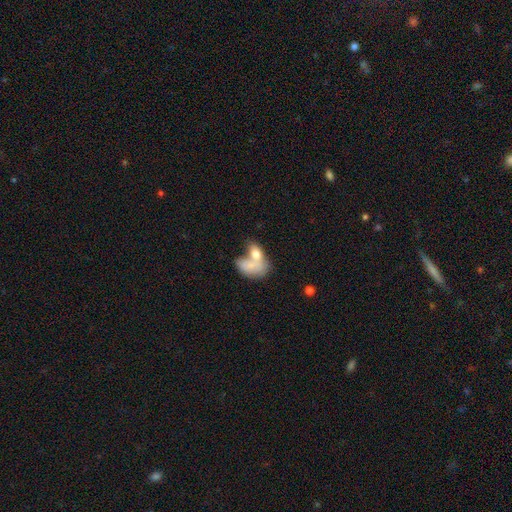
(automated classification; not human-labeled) Smooth or featured? smooth (56%)
How rounded? in between (71%)
Merging? merger (55%)